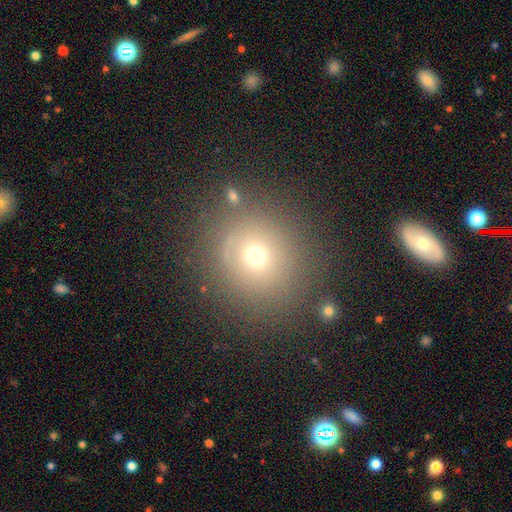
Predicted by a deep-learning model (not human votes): Overall: smooth (64%). How rounded: round (90%). Merging: none (78%).